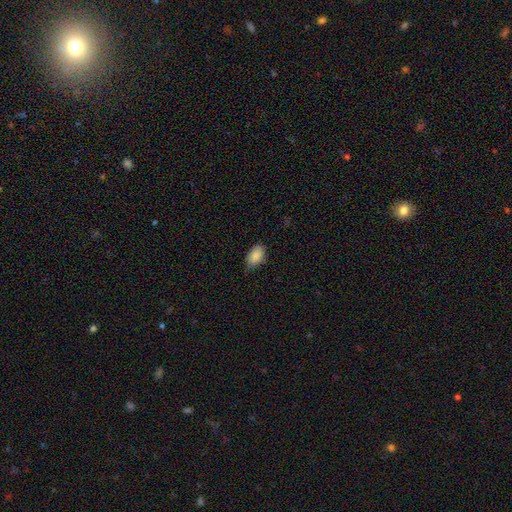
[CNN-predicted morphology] smooth 88%, star or artifact 7%, featured or disk 5%. Down the decision tree: how rounded — in between (91%); merging — none (69%).